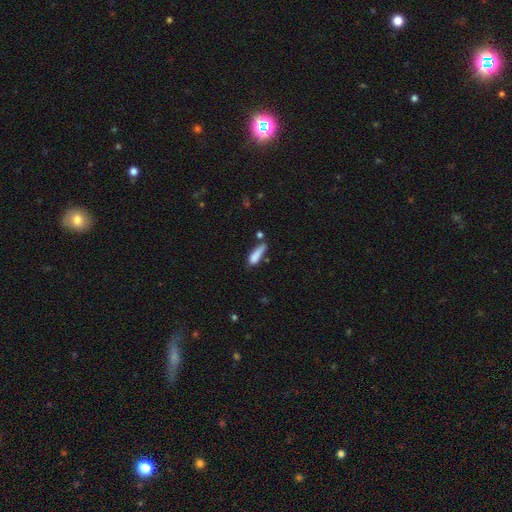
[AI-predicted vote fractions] A smooth galaxy with no disk features (80%) that is cigar-shaped (59%).

Vote fractions:
- Smooth or featured? smooth: 80% / featured or disk: 12% / star or artifact: 8%
- How rounded? cigar-shaped: 59% / in between: 38% / round: 2%
- Merging? none: 45% / minor disturbance: 29% / merger: 14% / major disturbance: 11%